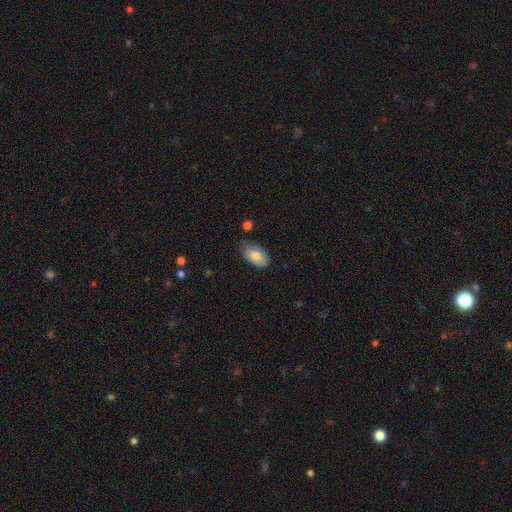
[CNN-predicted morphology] Smooth or featured: smooth — 75% (featured or disk — 19%)
How rounded: in between — 92% (round — 6%)
Merging: none — 54% (minor disturbance — 36%)